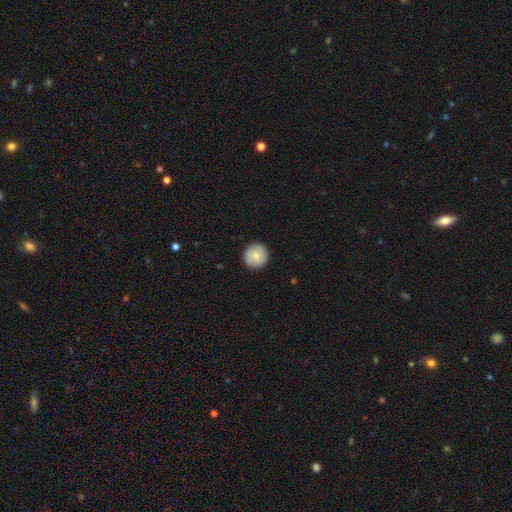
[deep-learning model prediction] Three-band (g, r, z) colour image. It shows a smooth galaxy with no disk features (82%) that is round (96%). Merging: none (91%).